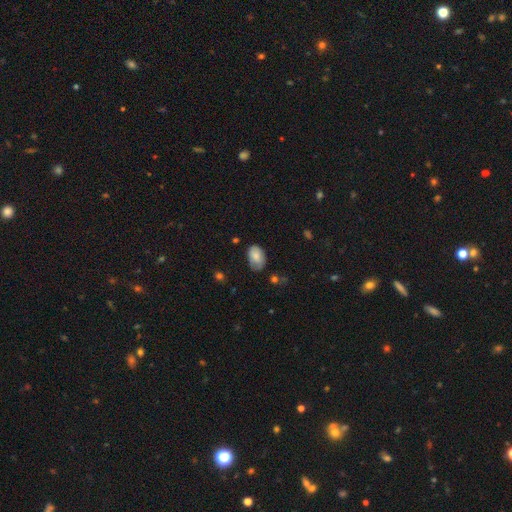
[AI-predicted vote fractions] Morphology: type=smooth (79%); roundness=in between (89%); merging=none (60%).